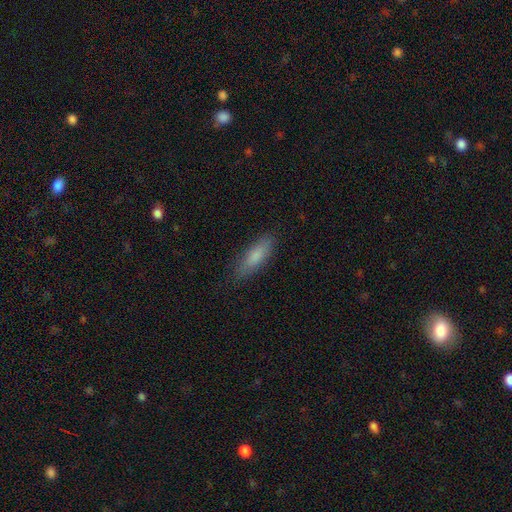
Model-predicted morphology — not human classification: smooth_or_featured: smooth (p=0.80) [alt: featured or disk p=0.13]
how_rounded: cigar-shaped (p=0.51) [alt: in between p=0.47]
merging: none (p=0.84) [alt: minor disturbance p=0.12]